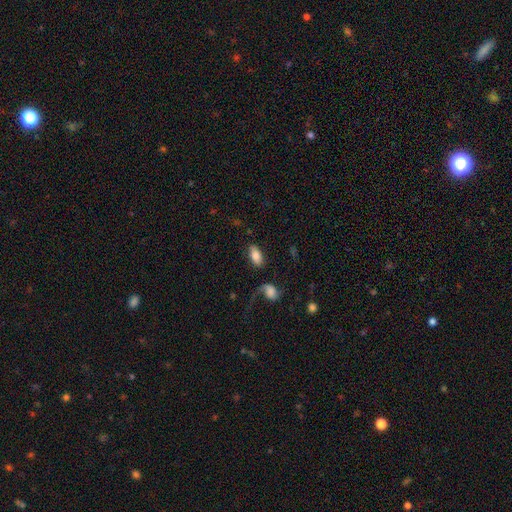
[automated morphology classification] smooth-or-featured: smooth: 76% | featured or disk: 18% | star or artifact: 7%
  how-rounded: in between: 92% | cigar-shaped: 4% | round: 4%
  merging: none: 77% | minor disturbance: 11% | major disturbance: 7% | merger: 6%